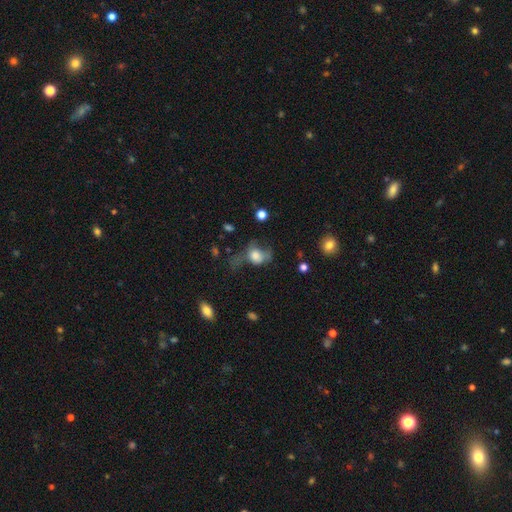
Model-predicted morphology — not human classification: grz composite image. It shows a smooth galaxy with no disk features (63%) that is in between round and cigar-shaped (57%). Merging: major disturbance (49%).